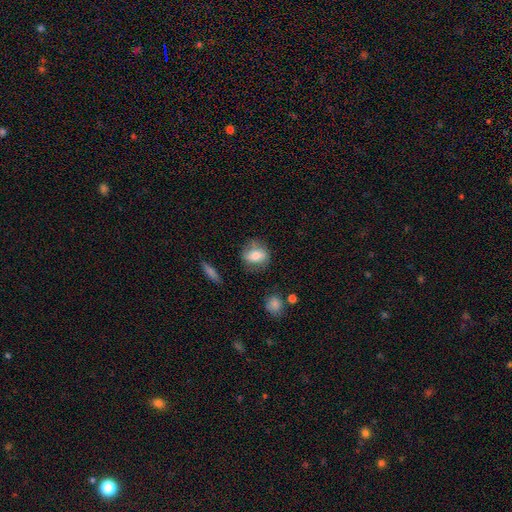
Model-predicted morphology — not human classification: Overall: smooth (70%). How rounded: in between (56%; round 40%). Merging: none (69%).